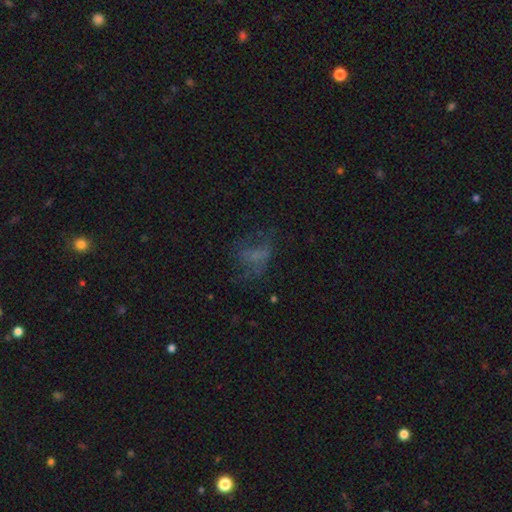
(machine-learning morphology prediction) Overall: smooth (39%; featured or disk 37%). Merging: none (46%; major disturbance 33%).